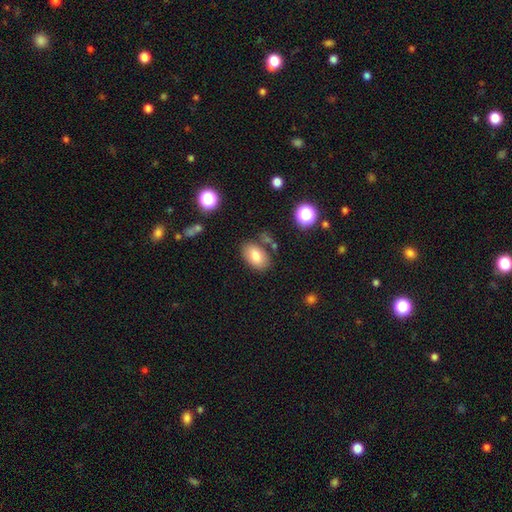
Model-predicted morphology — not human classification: Smooth or featured? smooth (79%)
How rounded? in between (89%)
Merging? none (77%)